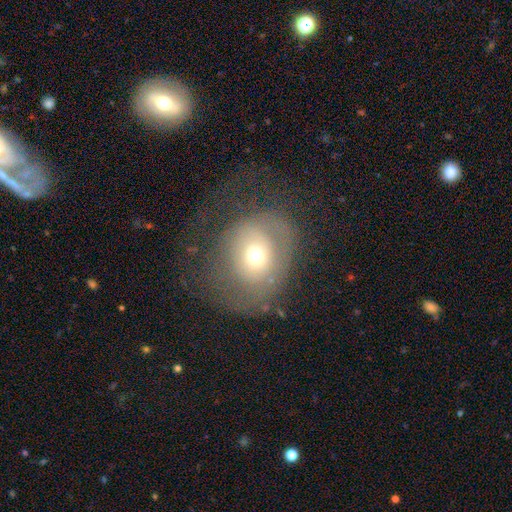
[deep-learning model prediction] smooth 56%, featured or disk 32%, star or artifact 12%. Down the decision tree: how rounded — round (68%); merging — none (39%).